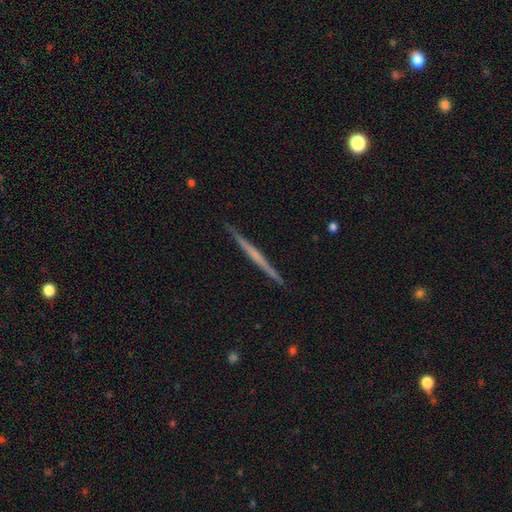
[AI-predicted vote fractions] smooth-or-featured: featured or disk: 63% | smooth: 31% | star or artifact: 6%
  disk-edge-on: yes: 98% | no: 2%
    edge-on-bulge: none: 78% | rounded: 16% | boxy: 6%
  merging: none: 91% | minor disturbance: 6% | major disturbance: 1% | merger: 1%